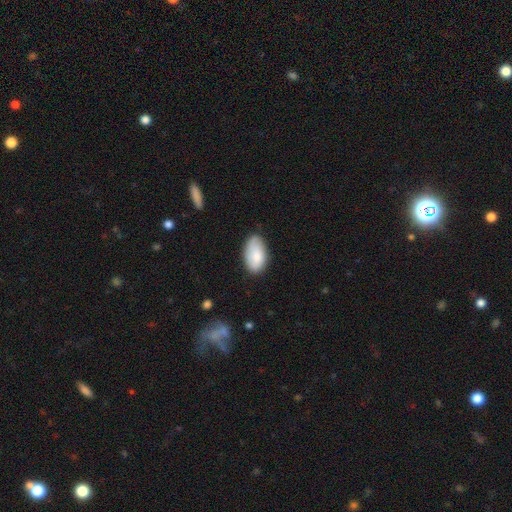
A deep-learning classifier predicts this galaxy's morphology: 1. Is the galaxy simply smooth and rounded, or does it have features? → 81% smooth, 12% featured or disk, 6% star or artifact.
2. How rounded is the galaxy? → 94% in between, 4% round, 2% cigar-shaped.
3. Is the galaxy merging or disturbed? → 70% none, 24% minor disturbance, 4% major disturbance, 2% merger.